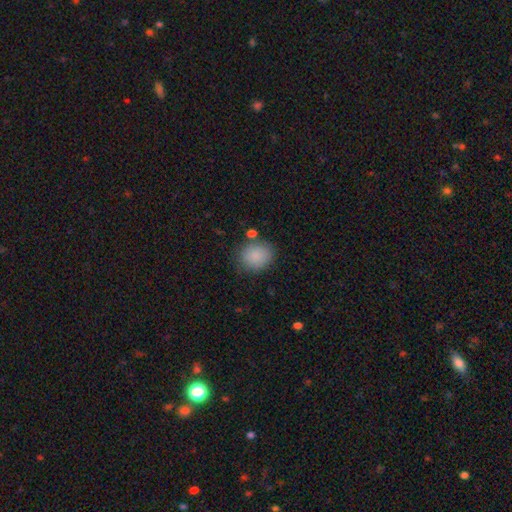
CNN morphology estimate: This is clearly a smooth galaxy (87%). How rounded: likely round (69%). Merging: likely none (77%).